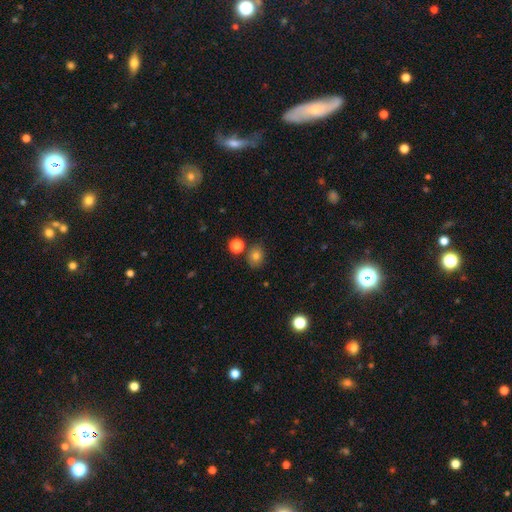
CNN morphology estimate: Smooth or featured? Predicted: smooth (p=0.78). How rounded? Predicted: round (p=0.58). Merging? Predicted: none (p=0.77).